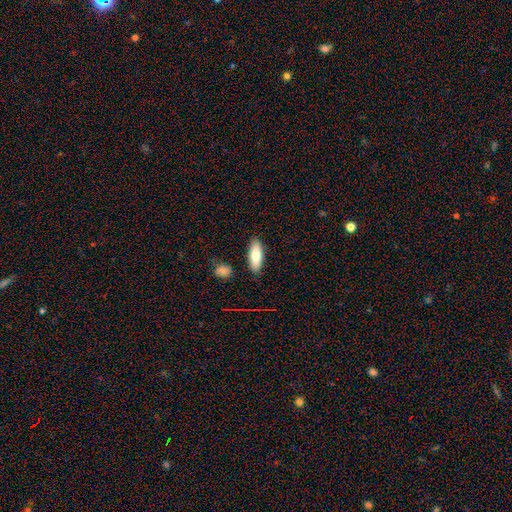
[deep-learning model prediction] smooth_or_featured: smooth (p=0.75) [alt: featured or disk p=0.18]
how_rounded: in between (p=0.67) [alt: cigar-shaped p=0.31]
merging: none (p=0.86) [alt: minor disturbance p=0.09]